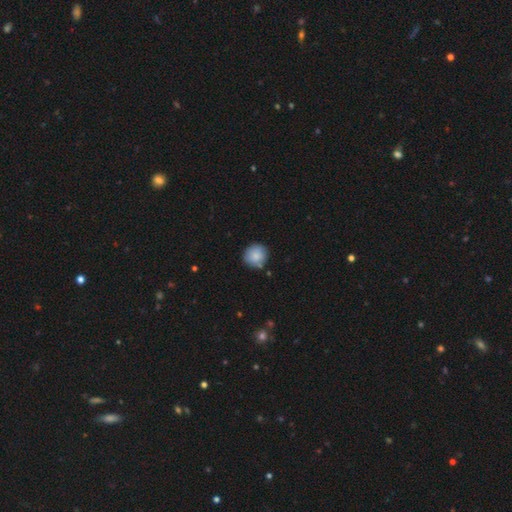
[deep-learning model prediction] A smooth galaxy with no disk features (86%) that is round (90%).

Vote fractions:
- Smooth or featured? smooth: 86% / star or artifact: 8% / featured or disk: 6%
- How rounded? round: 90% / in between: 9% / cigar-shaped: 1%
- Merging? none: 79% / minor disturbance: 14% / merger: 4% / major disturbance: 3%